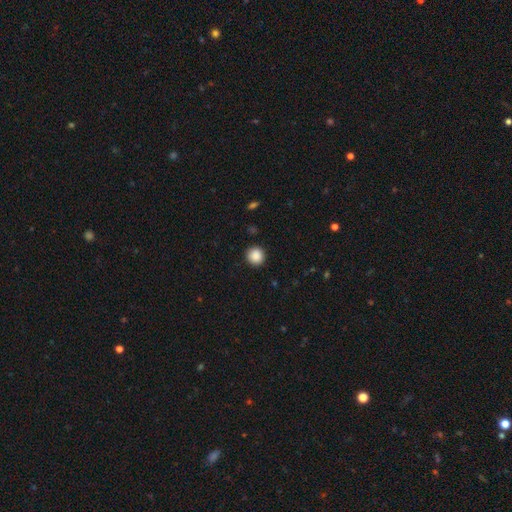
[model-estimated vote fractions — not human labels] Q: Smooth or featured?
A: smooth (88%); runner-up: star or artifact (9%)
Q: How rounded?
A: round (93%); runner-up: in between (6%)
Q: Merging?
A: none (92%); runner-up: minor disturbance (6%)